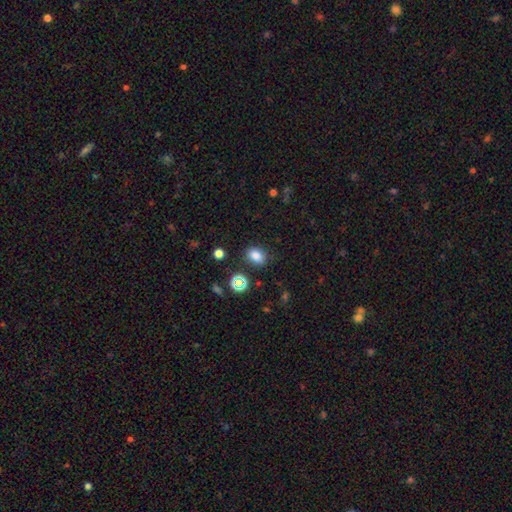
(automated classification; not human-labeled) Morphology: type=smooth (79%); roundness=in between (67%); merging=none (81%).